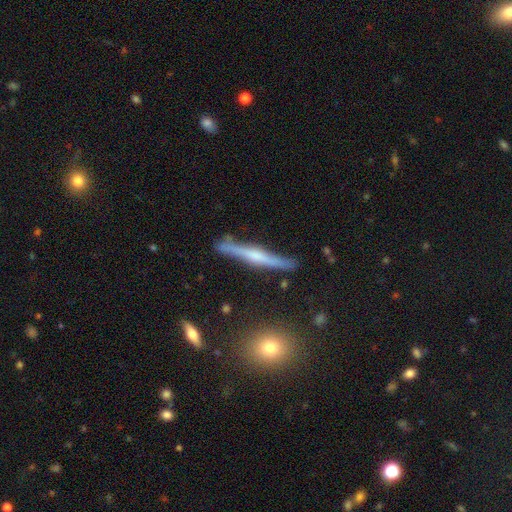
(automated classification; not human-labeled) Q: Smooth or featured?
A: featured or disk (70%); runner-up: smooth (23%)
Q: Edge-on disk?
A: yes (96%); runner-up: no (4%)
Q: Edge-on bulge?
A: rounded (57%); runner-up: none (25%)
Q: Merging?
A: none (82%); runner-up: minor disturbance (13%)